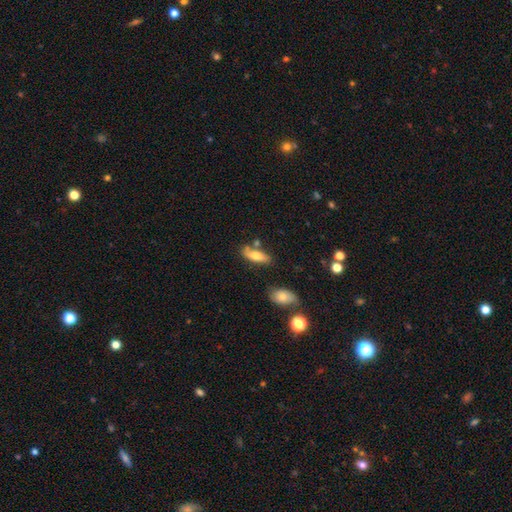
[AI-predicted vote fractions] Overall: smooth (69%). How rounded: in between (62%; cigar-shaped 35%). Merging: none (65%).